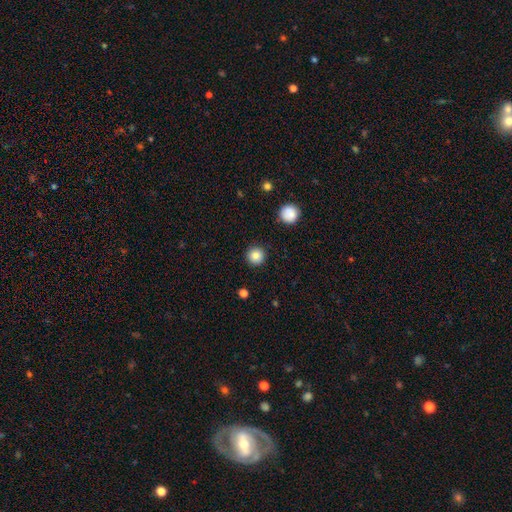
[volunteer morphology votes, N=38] Smooth or featured? 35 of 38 (92%) said smooth. How rounded? 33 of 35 (94%) said round. Merging? 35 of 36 (97%) said none.